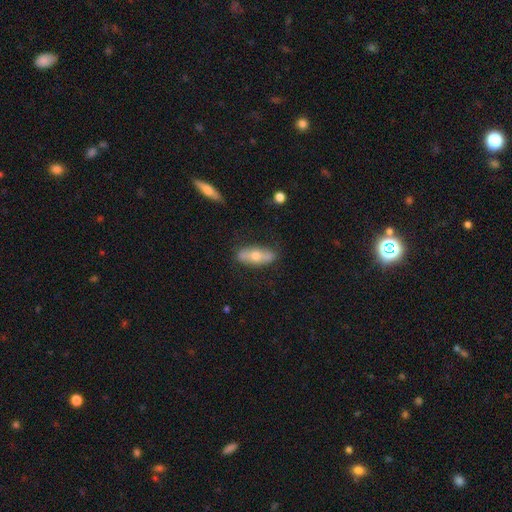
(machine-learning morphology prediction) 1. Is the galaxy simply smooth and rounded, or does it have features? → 52% smooth, 42% featured or disk, 6% star or artifact.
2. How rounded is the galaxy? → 61% in between, 36% cigar-shaped, 3% round.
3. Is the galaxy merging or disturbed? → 81% none, 14% minor disturbance, 3% major disturbance, 2% merger.